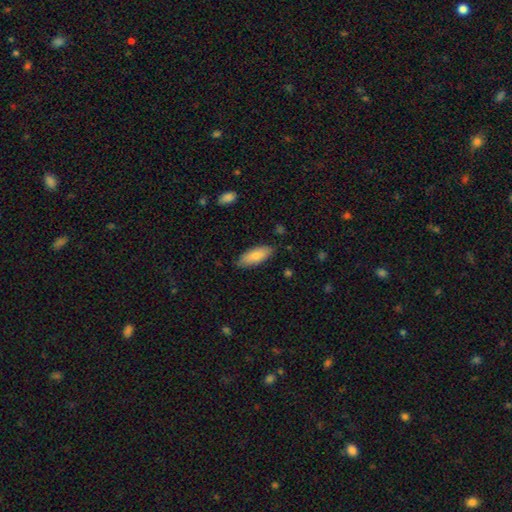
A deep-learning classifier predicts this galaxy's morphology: This appears to be a smooth galaxy with no disk features (81%) that is in between round and cigar-shaped (78%). Merging: none (83%).